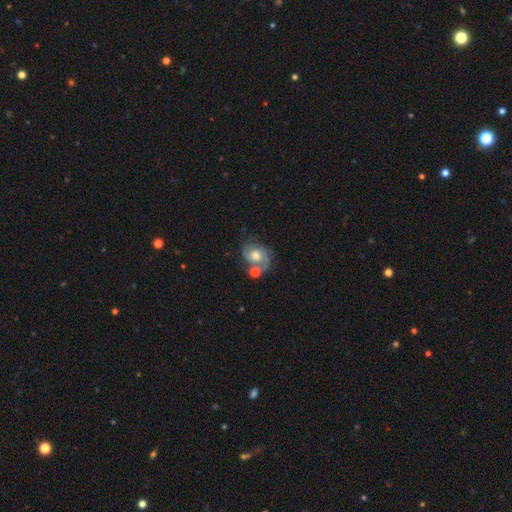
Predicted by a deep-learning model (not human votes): featured or disk 67%, smooth 26%, star or artifact 7%. Down the decision tree: edge-on disk — no (98%); bar — no (70%); spiral arms — yes (86%); spiral arm count — 2 (68%); spiral winding — medium (45%); bulge size — moderate (67%); merging — none (42%).